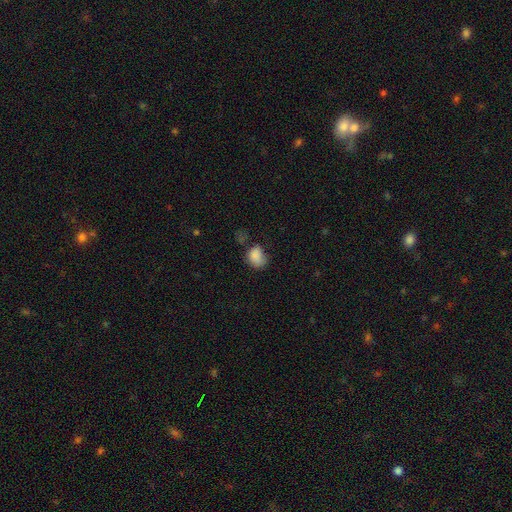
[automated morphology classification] smooth_or_featured: smooth (p=0.82) [alt: star or artifact p=0.10]
how_rounded: in between (p=0.59) [alt: round p=0.40]
merging: none (p=0.44) [alt: minor disturbance p=0.32]